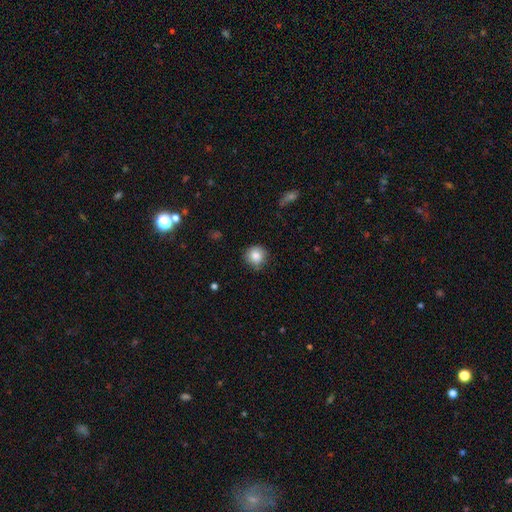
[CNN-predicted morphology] Q: Smooth or featured?
A: smooth (85%); runner-up: star or artifact (9%)
Q: How rounded?
A: round (91%); runner-up: in between (8%)
Q: Merging?
A: none (82%); runner-up: minor disturbance (14%)